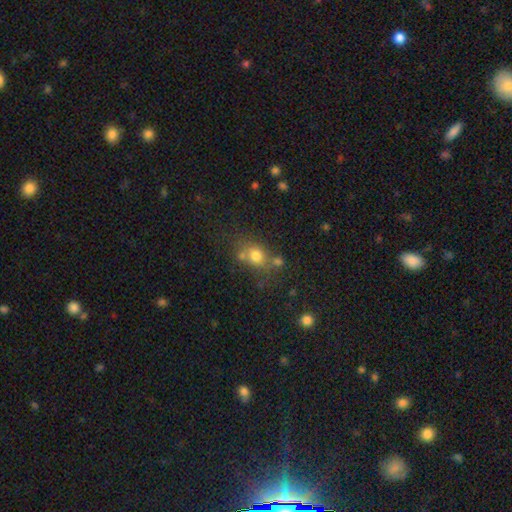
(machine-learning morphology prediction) This is likely a smooth galaxy (74%). How rounded: likely round (61%). Merging: possibly none (57%).